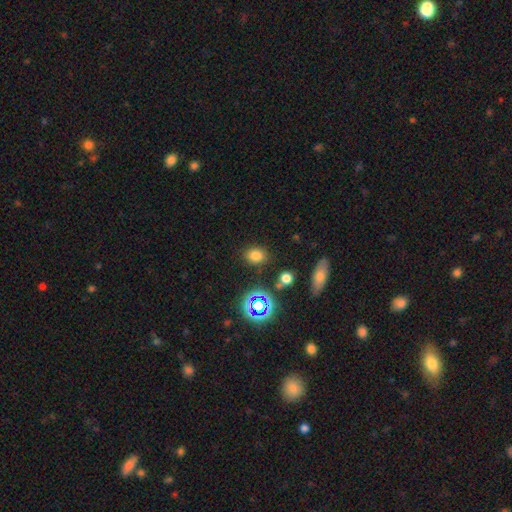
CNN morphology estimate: This is likely a smooth galaxy (73%). How rounded: possibly in between (58%). Merging: clearly none (83%).